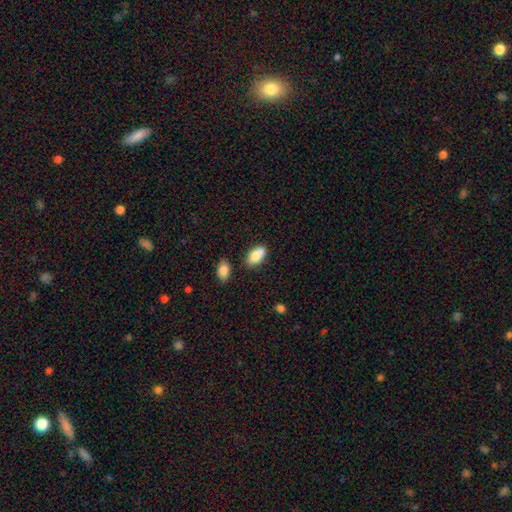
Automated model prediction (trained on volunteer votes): smooth_or_featured: smooth (p=0.80) [alt: featured or disk p=0.13]
how_rounded: in between (p=0.89) [alt: round p=0.07]
merging: none (p=0.53) [alt: merger p=0.24]